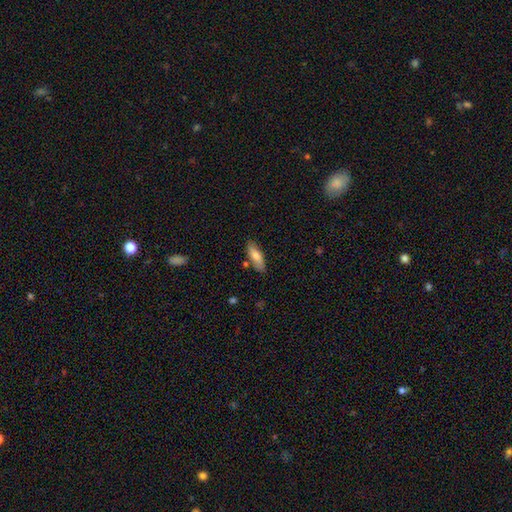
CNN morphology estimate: This is likely a smooth galaxy (72%). How rounded: possibly in between (58%). Merging: likely none (79%).